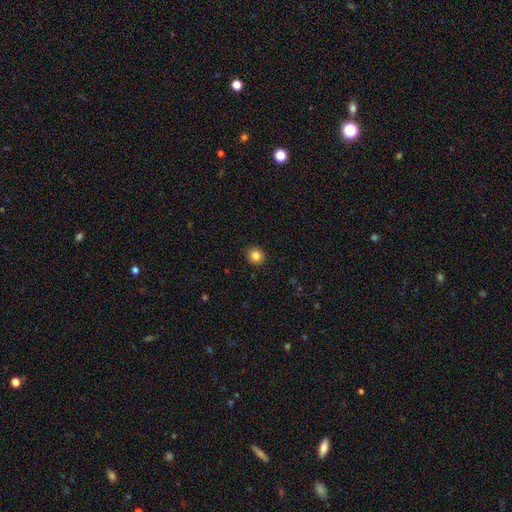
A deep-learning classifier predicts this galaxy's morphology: A smooth galaxy with no disk features (84%) that is round (87%). Merging: none (91%).